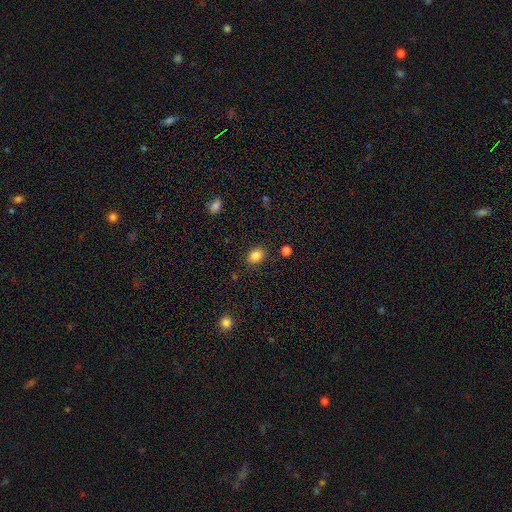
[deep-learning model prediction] Smooth or featured?
  - smooth: 86% *
  - star or artifact: 10%
  - featured or disk: 5%
How rounded?
  - in between: 69% *
  - round: 30%
  - cigar-shaped: 1%
Merging?
  - none: 85% *
  - minor disturbance: 10%
  - major disturbance: 3%
  - merger: 2%